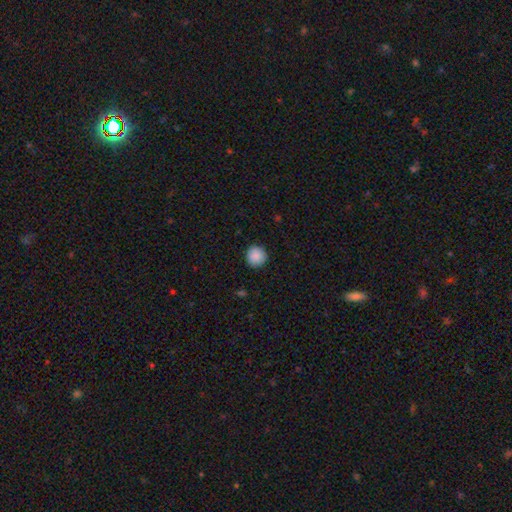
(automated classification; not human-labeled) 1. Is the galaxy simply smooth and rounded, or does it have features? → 89% smooth, 8% star or artifact, 3% featured or disk.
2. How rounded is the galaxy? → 95% round, 4% in between, 1% cigar-shaped.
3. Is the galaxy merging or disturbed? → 91% none, 6% minor disturbance, 2% major disturbance, 1% merger.